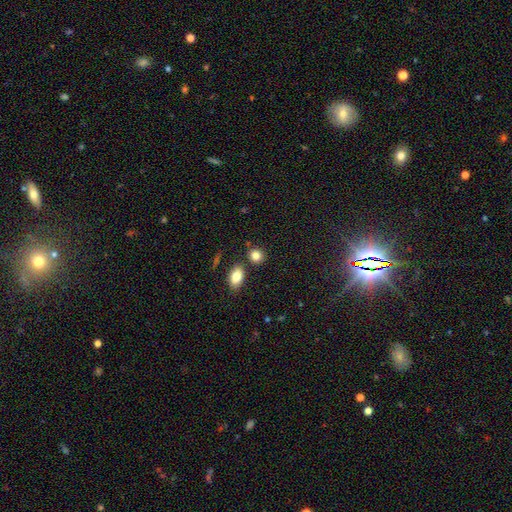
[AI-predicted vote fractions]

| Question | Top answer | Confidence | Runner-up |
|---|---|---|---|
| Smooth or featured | smooth | 84% | star or artifact (10%) |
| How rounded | round | 69% | in between (29%) |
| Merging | none | 77% | merger (11%) |